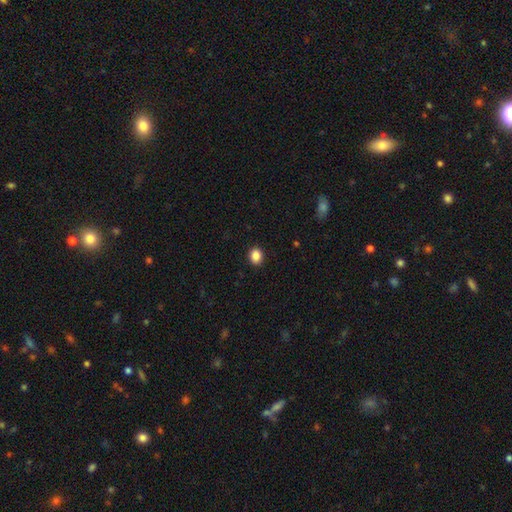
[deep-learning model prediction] This appears to be a smooth galaxy with no disk features (88%) that is round (55%). Merging: none (91%).